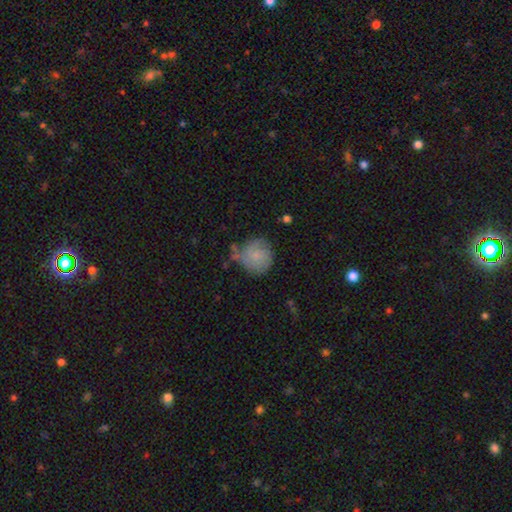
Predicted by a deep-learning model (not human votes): This appears to be a smooth galaxy with no disk features (78%) that is round (91%). Merging: none (53%).